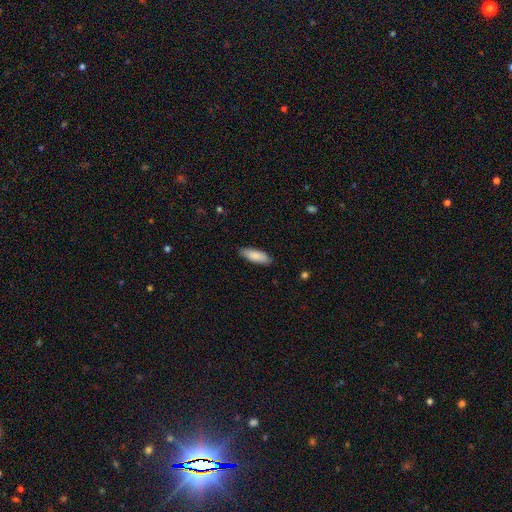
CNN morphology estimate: Smooth or featured? smooth (87%)
How rounded? in between (62%)
Merging? none (87%)